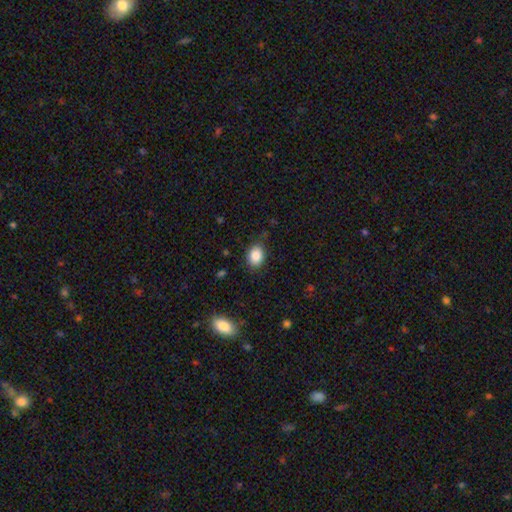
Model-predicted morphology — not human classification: type=smooth (87%); roundness=in between (71%); merging=none (82%).